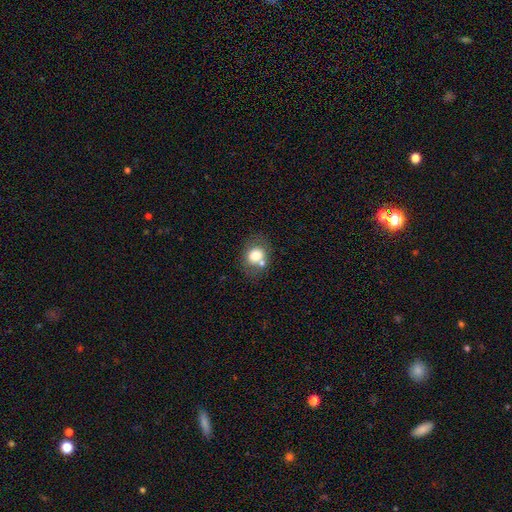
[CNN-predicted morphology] smooth 74%, featured or disk 16%, star or artifact 10%. Down the decision tree: how rounded — round (58%); merging — none (57%).